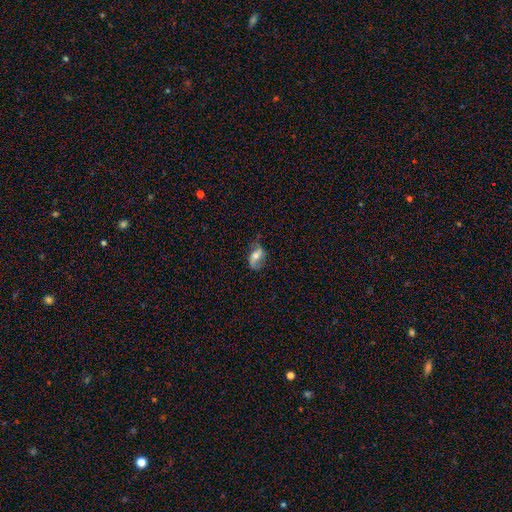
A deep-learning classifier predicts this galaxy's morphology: smooth_or_featured: featured or disk (p=0.61) [alt: smooth p=0.30]
disk_edge_on: no (p=0.93) [alt: yes p=0.07]
bar: no (p=0.40) [alt: weak p=0.35]
has_spiral_arms: yes (p=0.84) [alt: no p=0.16]
bulge_size: moderate (p=0.63) [alt: small p=0.25]
merging: none (p=0.64) [alt: minor disturbance p=0.24]